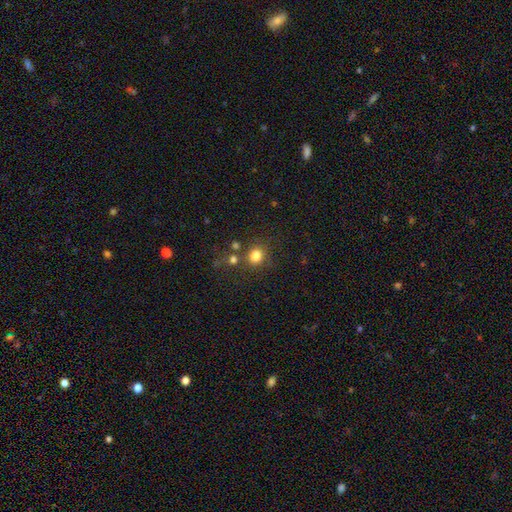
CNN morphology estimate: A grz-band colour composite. It shows a smooth galaxy with no disk features (80%) that is round (83%). Merging: none (73%).